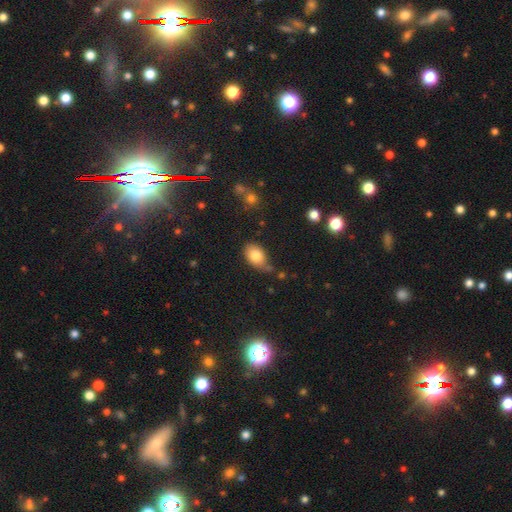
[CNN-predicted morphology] This is clearly a smooth galaxy (81%). How rounded: clearly in between (84%). Merging: possibly none (56%).